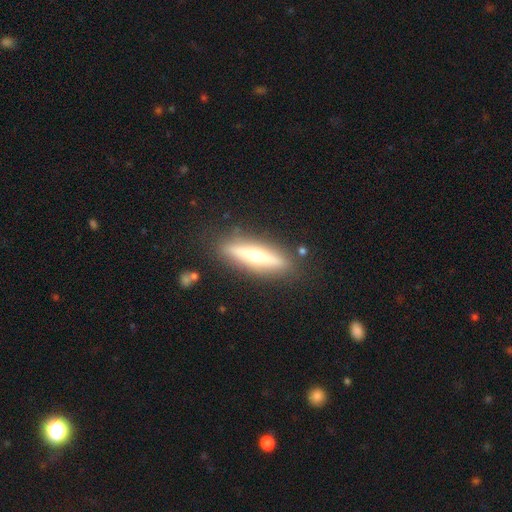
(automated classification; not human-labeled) Overall: featured or disk (56%; smooth 37%). Edge-on disk: yes (87%). Merging: none (84%).